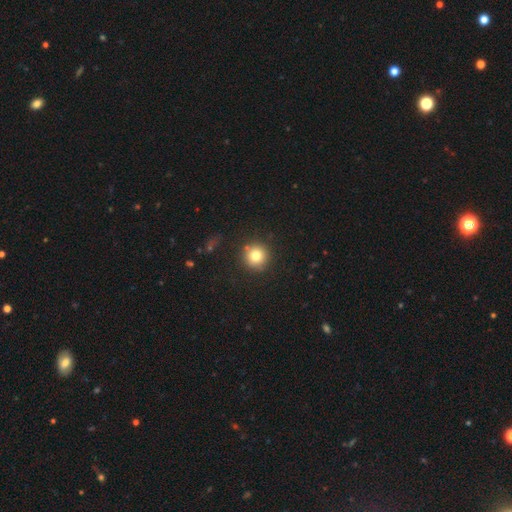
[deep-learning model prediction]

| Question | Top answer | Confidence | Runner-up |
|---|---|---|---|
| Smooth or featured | smooth | 79% | star or artifact (12%) |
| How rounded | round | 94% | in between (5%) |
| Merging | none | 84% | minor disturbance (9%) |